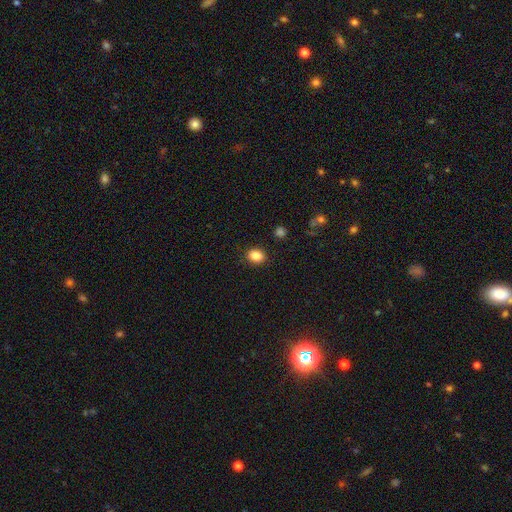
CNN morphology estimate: A smooth galaxy with no disk features (87%) that is in between round and cigar-shaped (57%).

Vote fractions:
- Smooth or featured? smooth: 87% / star or artifact: 10% / featured or disk: 3%
- How rounded? in between: 57% / round: 42% / cigar-shaped: 1%
- Merging? none: 88% / minor disturbance: 8% / major disturbance: 2% / merger: 2%